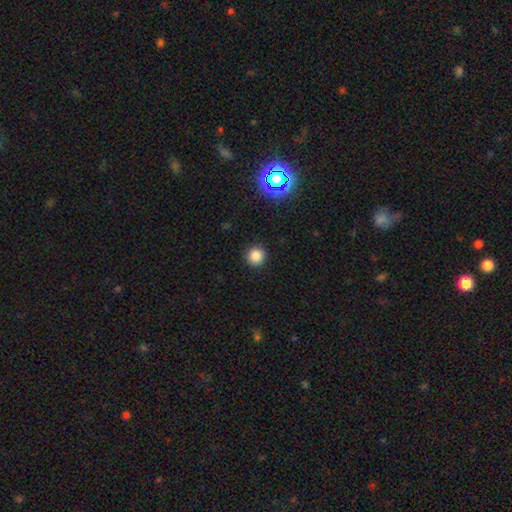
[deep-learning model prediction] A smooth galaxy with no disk features (83%) that is round (94%).

Vote fractions:
- Smooth or featured? smooth: 83% / star or artifact: 13% / featured or disk: 3%
- How rounded? round: 94% / in between: 5% / cigar-shaped: 1%
- Merging? none: 91% / minor disturbance: 6% / major disturbance: 2% / merger: 1%